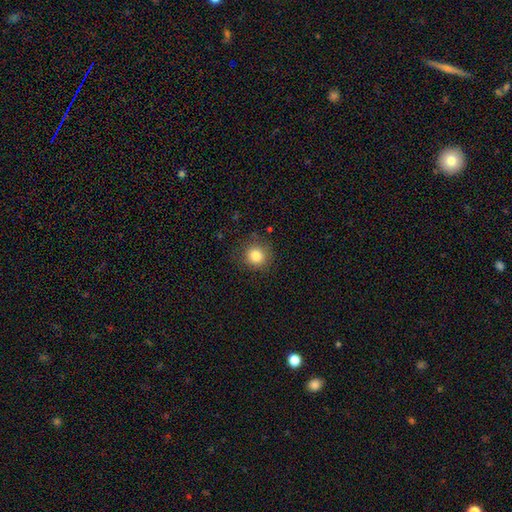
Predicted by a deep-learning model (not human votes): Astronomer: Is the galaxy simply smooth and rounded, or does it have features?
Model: smooth — 83%.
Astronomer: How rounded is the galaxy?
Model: round — 91%.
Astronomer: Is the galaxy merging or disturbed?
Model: none — 86%.